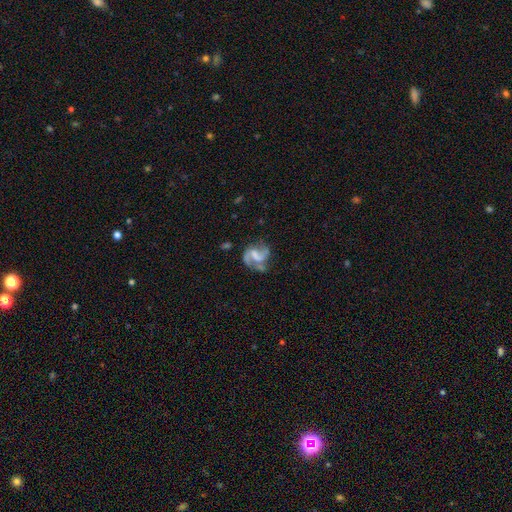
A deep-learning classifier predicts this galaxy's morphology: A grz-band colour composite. It shows a featured or disk galaxy (79%) with a weak bar (46%), 2 (82%) medium (48%) spiral arms (90%) and no central bulge (39%). Merging: none (51%).